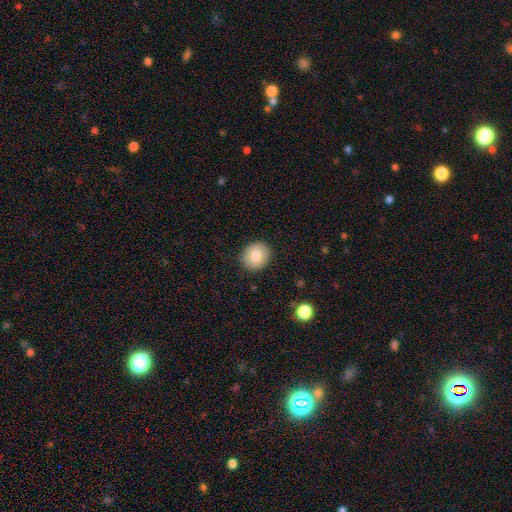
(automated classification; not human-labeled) This appears to be a smooth galaxy with no disk features (80%) that is round (81%). Merging: none (90%).